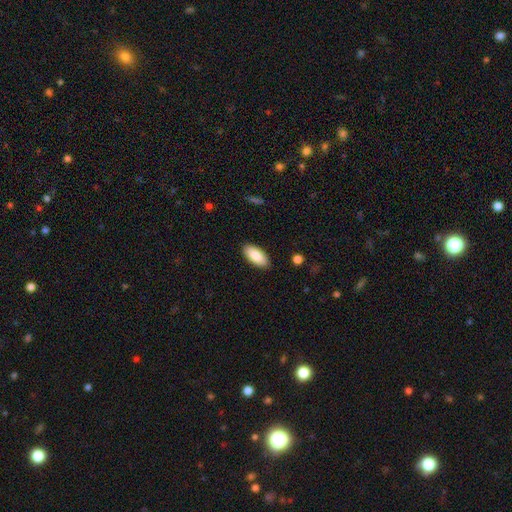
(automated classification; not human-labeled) smooth-or-featured: smooth: 88% | featured or disk: 7% | star or artifact: 6%
  how-rounded: in between: 89% | cigar-shaped: 10% | round: 2%
  merging: none: 89% | minor disturbance: 8% | major disturbance: 2% | merger: 1%